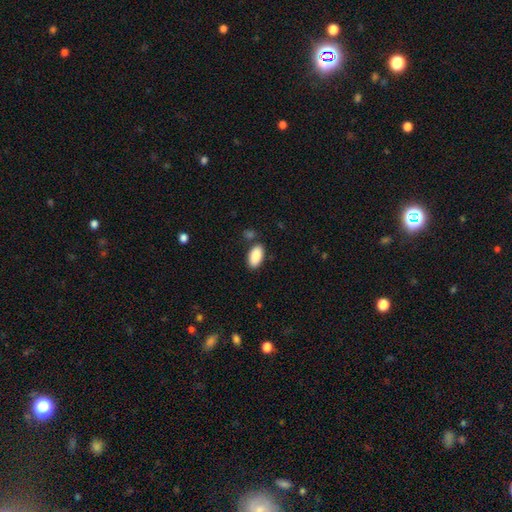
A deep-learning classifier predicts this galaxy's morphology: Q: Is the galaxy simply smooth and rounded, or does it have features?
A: smooth — 89%.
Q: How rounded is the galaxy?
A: in between — 94%.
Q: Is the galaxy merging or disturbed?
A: none — 83%.